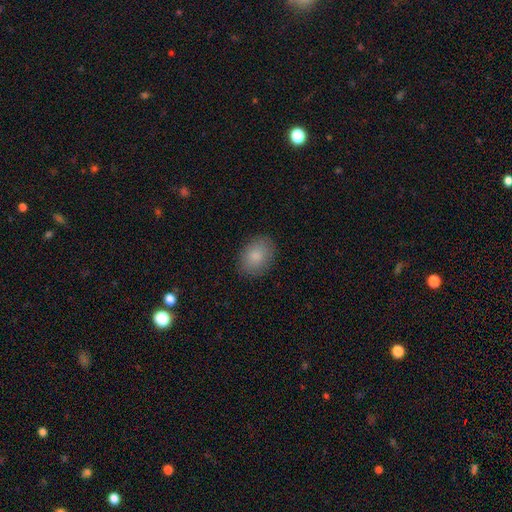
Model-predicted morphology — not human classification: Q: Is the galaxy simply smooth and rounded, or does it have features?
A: smooth — 85%.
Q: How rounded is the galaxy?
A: in between — 73%.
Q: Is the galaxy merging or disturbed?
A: none — 87%.